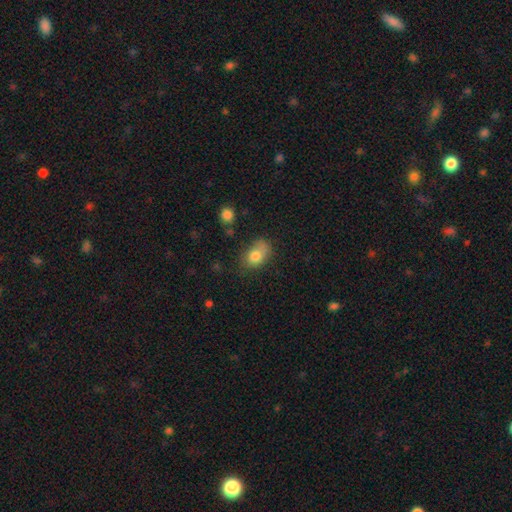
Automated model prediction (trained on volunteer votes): This is likely a smooth galaxy (79%). How rounded: likely in between (76%). Merging: possibly none (50%).